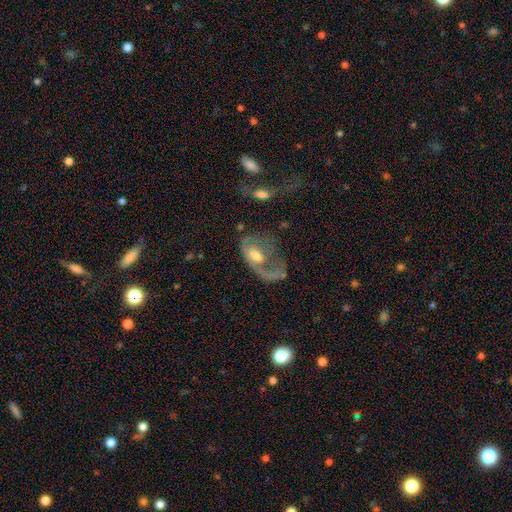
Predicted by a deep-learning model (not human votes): Smooth or featured? Predicted: featured or disk (p=0.65). Edge-on disk? Predicted: no (p=0.95). Bar? Predicted: no (p=0.64). Spiral arms? Predicted: yes (p=0.61). Bulge size? Predicted: moderate (p=0.60). Merging? Predicted: major disturbance (p=0.55).